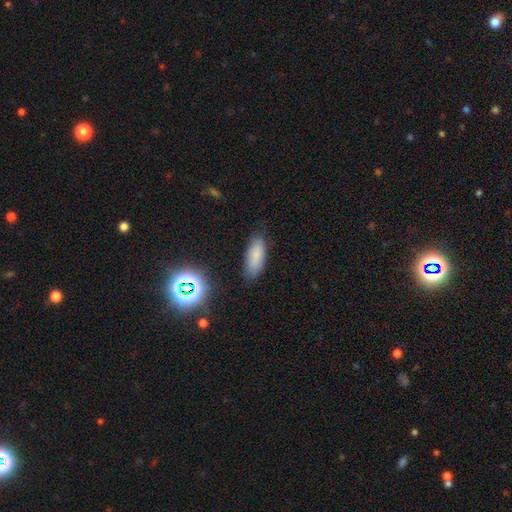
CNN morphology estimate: A smooth galaxy with no disk features (80%) that is in between round and cigar-shaped (75%). Merging: none (82%).